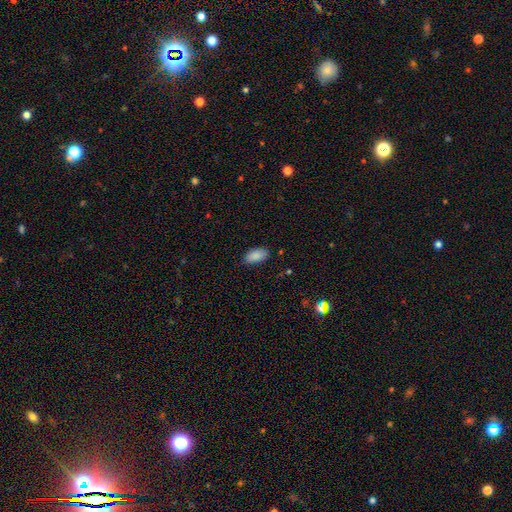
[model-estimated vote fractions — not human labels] smooth_or_featured: smooth (p=0.88) [alt: star or artifact p=0.07]
how_rounded: in between (p=0.94) [alt: cigar-shaped p=0.03]
merging: none (p=0.83) [alt: minor disturbance p=0.13]